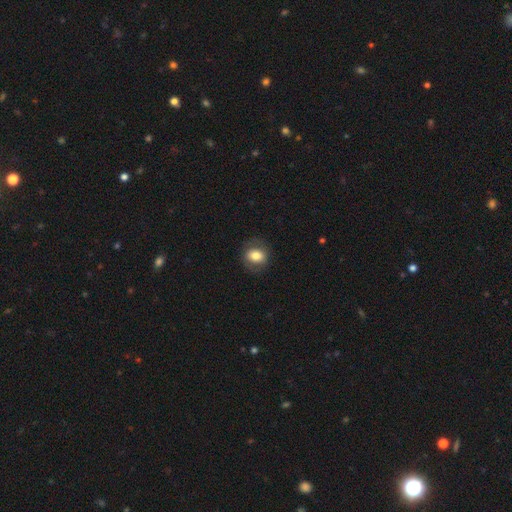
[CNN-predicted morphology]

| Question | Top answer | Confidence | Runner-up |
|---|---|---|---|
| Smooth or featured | smooth | 70% | featured or disk (22%) |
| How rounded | in between | 50% | round (49%) |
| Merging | none | 81% | minor disturbance (12%) |